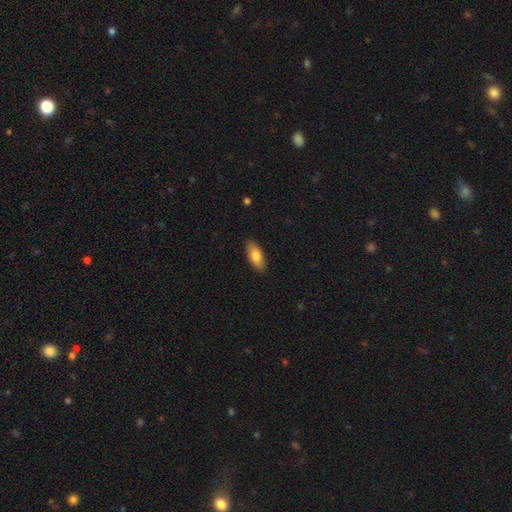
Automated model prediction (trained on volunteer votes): This is clearly a smooth galaxy (83%). How rounded: clearly in between (87%). Merging: clearly none (88%).